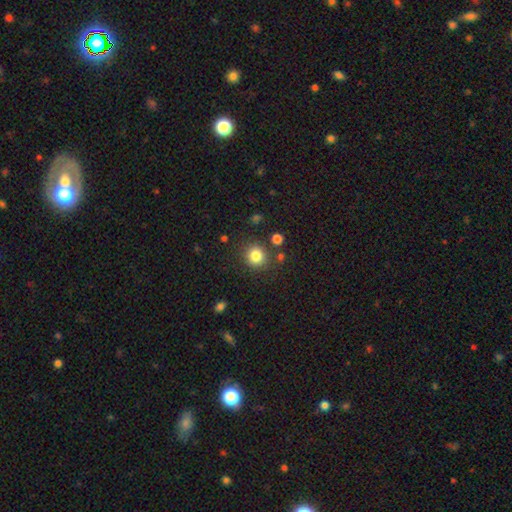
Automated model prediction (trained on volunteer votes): smooth 83%, star or artifact 11%, featured or disk 6%. Down the decision tree: how rounded — round (87%); merging — none (84%).